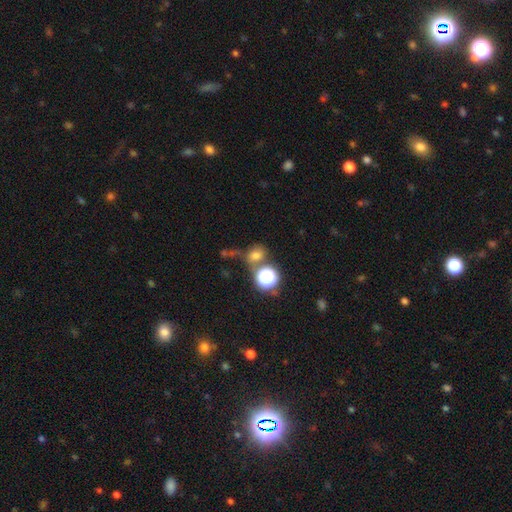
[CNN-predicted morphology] A smooth galaxy with no disk features (63%) that is round (61%). Merging: none (51%).